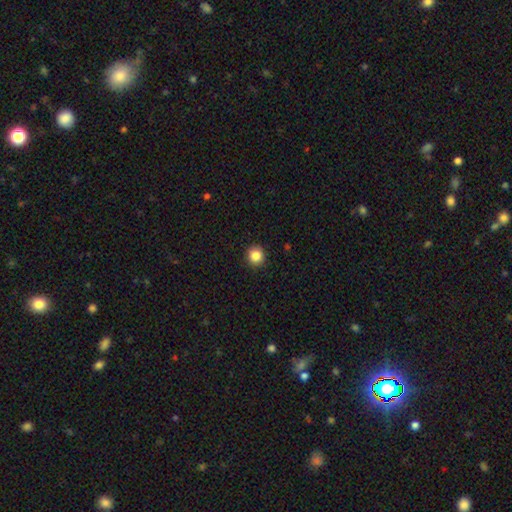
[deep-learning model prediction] smooth-or-featured: smooth: 85% | star or artifact: 10% | featured or disk: 4%
  how-rounded: round: 92% | in between: 7% | cigar-shaped: 1%
  merging: none: 92% | minor disturbance: 5% | major disturbance: 2% | merger: 1%